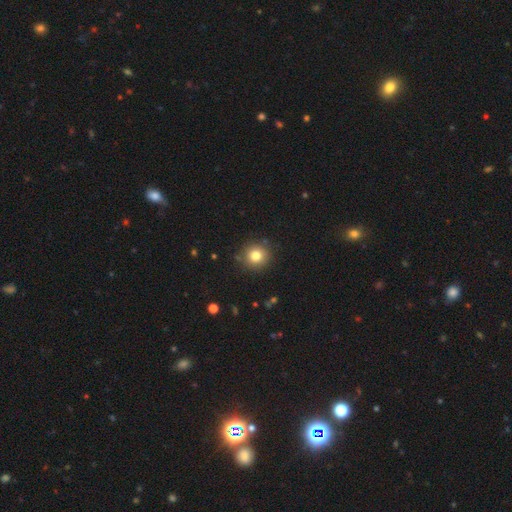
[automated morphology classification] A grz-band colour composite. It shows a smooth galaxy with no disk features (80%) that is round (92%). Merging: none (89%).